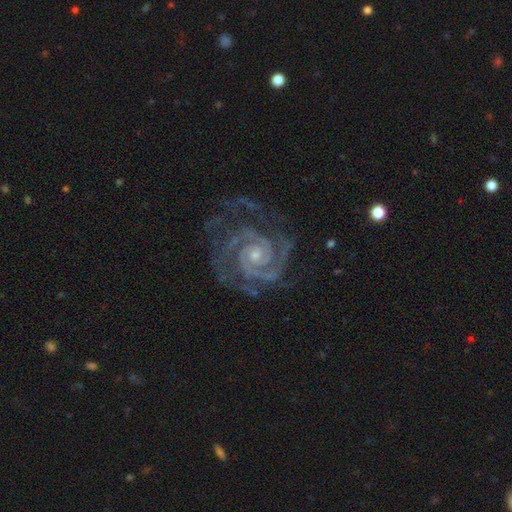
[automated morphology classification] Smooth or featured? Predicted: featured or disk (p=0.93). Edge-on disk? Predicted: no (p=0.98). Bar? Predicted: no (p=0.69). Spiral arms? Predicted: yes (p=0.99). Spiral winding? Predicted: tight (p=0.76). Spiral arm count? Predicted: 2 (p=0.65). Bulge size? Predicted: small (p=0.70). Merging? Predicted: none (p=0.66).